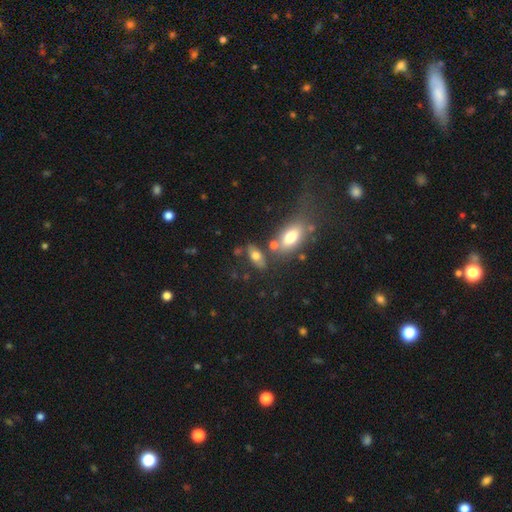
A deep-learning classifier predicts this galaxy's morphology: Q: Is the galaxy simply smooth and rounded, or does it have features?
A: smooth — 67%.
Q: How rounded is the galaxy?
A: in between — 80%.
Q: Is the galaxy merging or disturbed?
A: none — 62%.